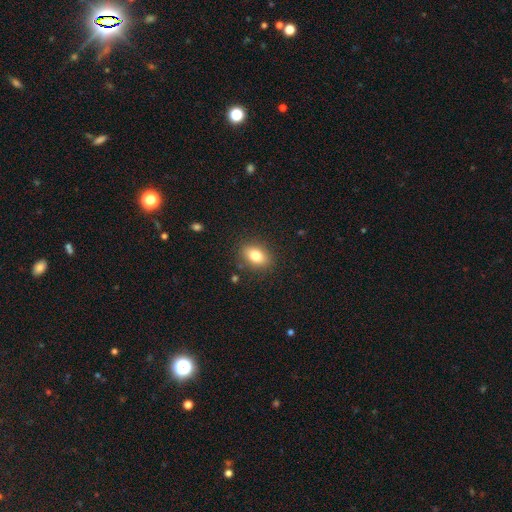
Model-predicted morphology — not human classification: This is clearly a smooth galaxy (81%). How rounded: likely in between (80%). Merging: clearly none (85%).